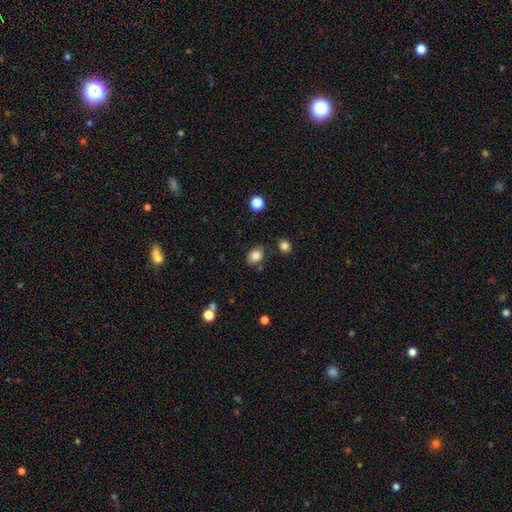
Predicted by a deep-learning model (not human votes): A smooth galaxy with no disk features (82%) that is in between round and cigar-shaped (67%).

Vote fractions:
- Smooth or featured? smooth: 82% / star or artifact: 10% / featured or disk: 8%
- How rounded? in between: 67% / round: 32% / cigar-shaped: 1%
- Merging? none: 77% / minor disturbance: 15% / merger: 5% / major disturbance: 3%